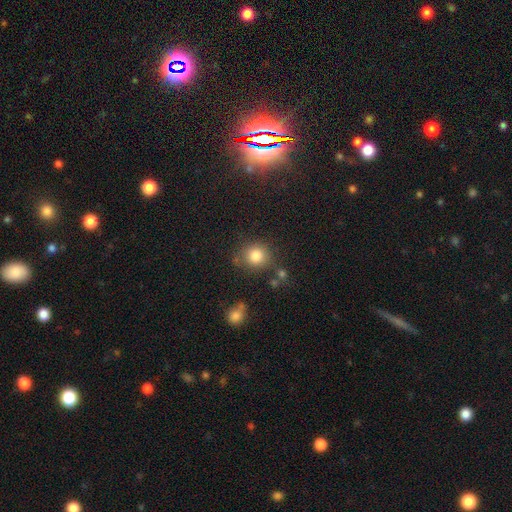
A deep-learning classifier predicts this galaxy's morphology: Smooth or featured: smooth — 83% (star or artifact — 11%)
How rounded: round — 84% (in between — 15%)
Merging: none — 74% (minor disturbance — 14%)